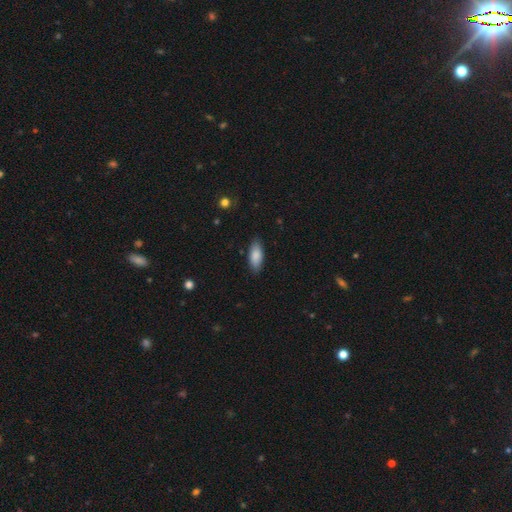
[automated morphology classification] Smooth or featured? Predicted: smooth (p=0.85). How rounded? Predicted: in between (p=0.82). Merging? Predicted: none (p=0.84).